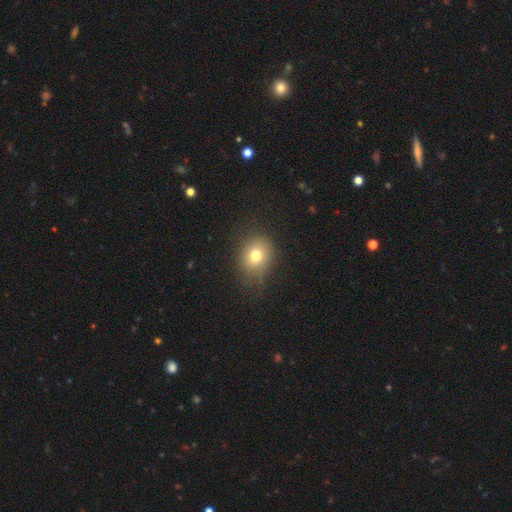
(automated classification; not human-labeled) Smooth or featured? Predicted: smooth (p=0.75). How rounded? Predicted: round (p=0.56). Merging? Predicted: none (p=0.78).